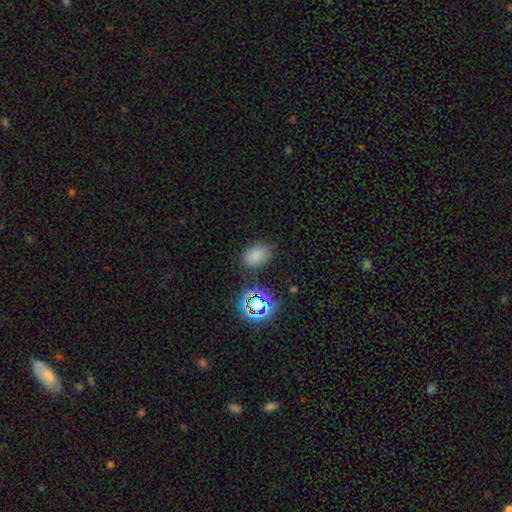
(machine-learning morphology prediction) A smooth galaxy with no disk features (75%) that is in between round and cigar-shaped (78%).

Vote fractions:
- Smooth or featured? smooth: 75% / star or artifact: 18% / featured or disk: 7%
- How rounded? in between: 78% / round: 21% / cigar-shaped: 1%
- Merging? none: 79% / minor disturbance: 14% / major disturbance: 4% / merger: 3%